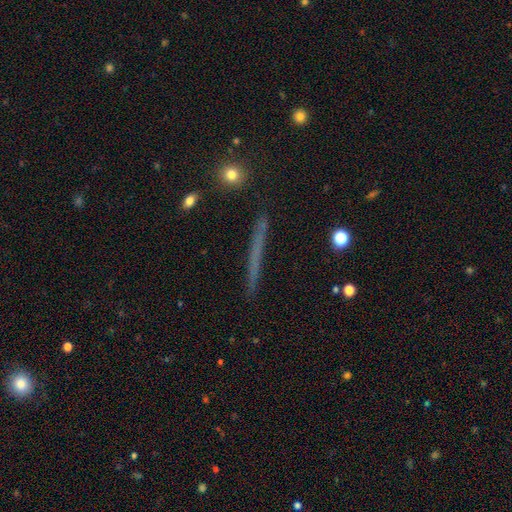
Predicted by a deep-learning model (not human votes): Smooth or featured?
  - smooth: 47% *
  - featured or disk: 43%
  - star or artifact: 10%
Merging?
  - none: 89% *
  - minor disturbance: 8%
  - major disturbance: 2%
  - merger: 1%